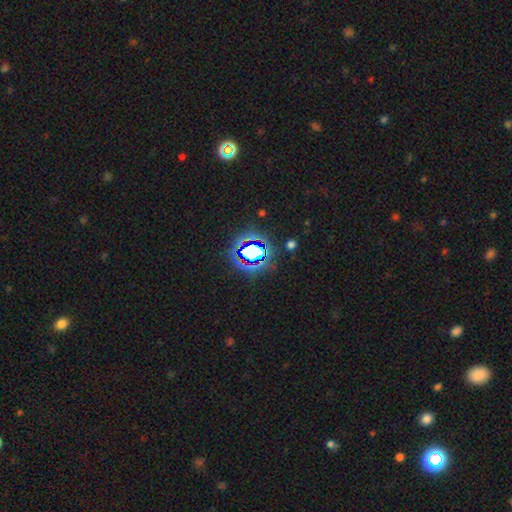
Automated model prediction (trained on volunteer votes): Overall: star or artifact (66%).